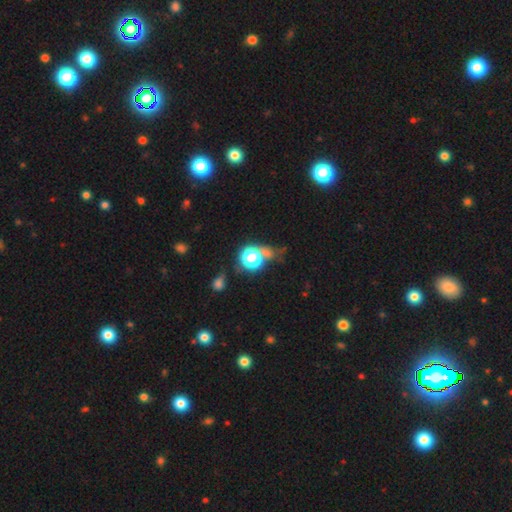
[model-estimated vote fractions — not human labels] smooth 56%, star or artifact 34%, featured or disk 10%. Down the decision tree: how rounded — round (83%); merging — none (58%).